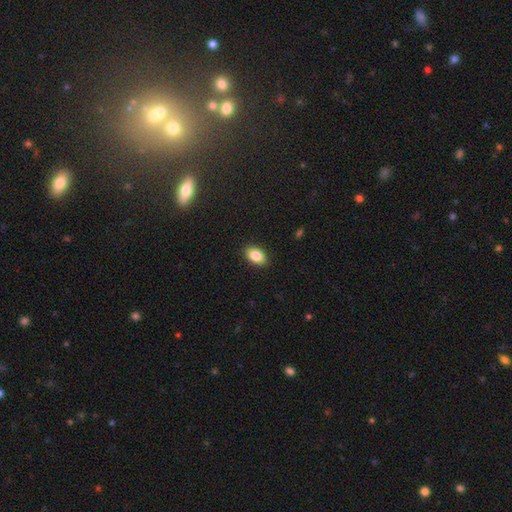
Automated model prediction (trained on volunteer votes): smooth 87%, star or artifact 8%, featured or disk 6%. Down the decision tree: how rounded — in between (89%); merging — none (88%).